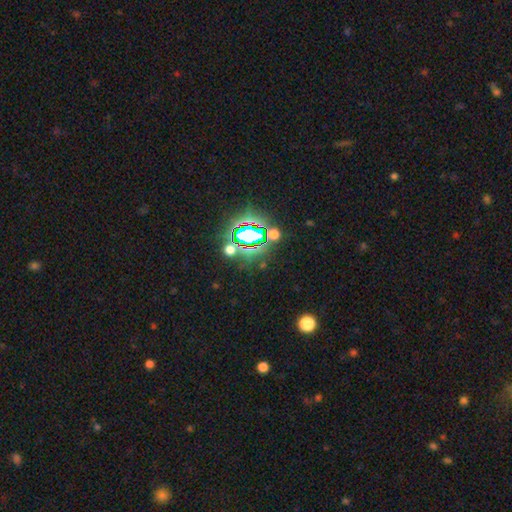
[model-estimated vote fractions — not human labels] Morphology: type=star or artifact (82%).